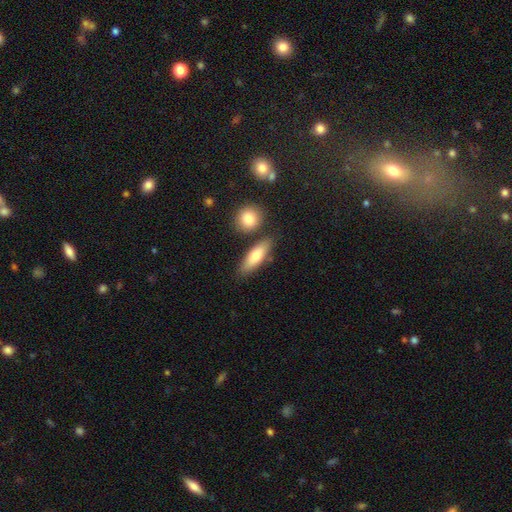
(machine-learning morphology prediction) The model was most divided on "how rounded": in between: 59%, cigar-shaped: 37%, round: 4%. More confident: merging — none (76%); smooth or featured — smooth (74%).